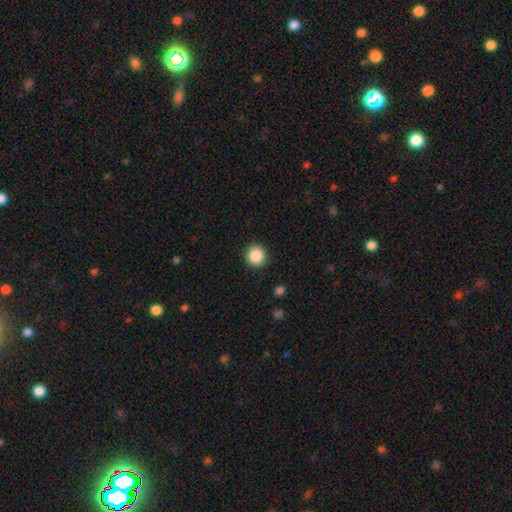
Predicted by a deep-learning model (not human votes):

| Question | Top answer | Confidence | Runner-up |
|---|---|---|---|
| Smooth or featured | smooth | 87% | star or artifact (9%) |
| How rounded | round | 94% | in between (5%) |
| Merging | none | 92% | minor disturbance (6%) |